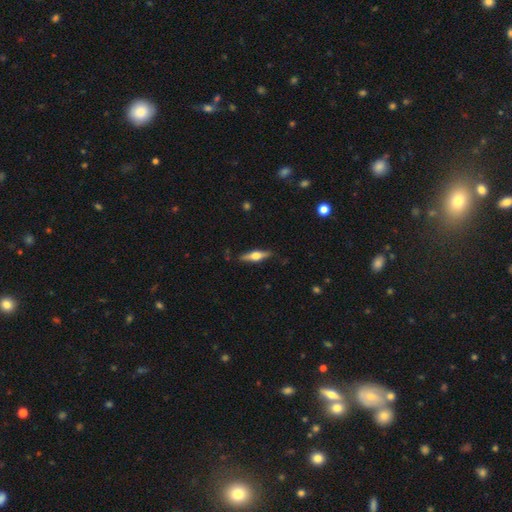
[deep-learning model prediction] A featured or disk galaxy (67%) viewed edge-on (97%) with a rounded central bulge (94%).

Vote fractions:
- Smooth or featured? featured or disk: 67% / smooth: 28% / star or artifact: 6%
- Edge-on disk? yes: 97% / no: 3%
- Edge-on bulge? rounded: 94% / boxy: 5% / none: 2%
- Merging? none: 88% / minor disturbance: 9% / major disturbance: 2% / merger: 1%